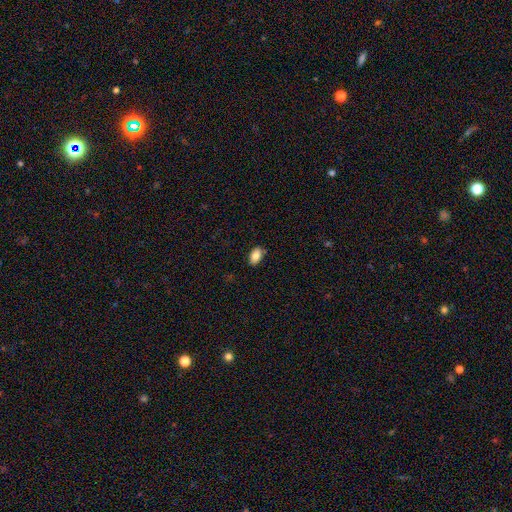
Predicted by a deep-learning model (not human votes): smooth-or-featured: smooth: 84% | featured or disk: 8% | star or artifact: 8%
  how-rounded: in between: 91% | round: 7% | cigar-shaped: 2%
  merging: none: 84% | minor disturbance: 12% | major disturbance: 2% | merger: 2%